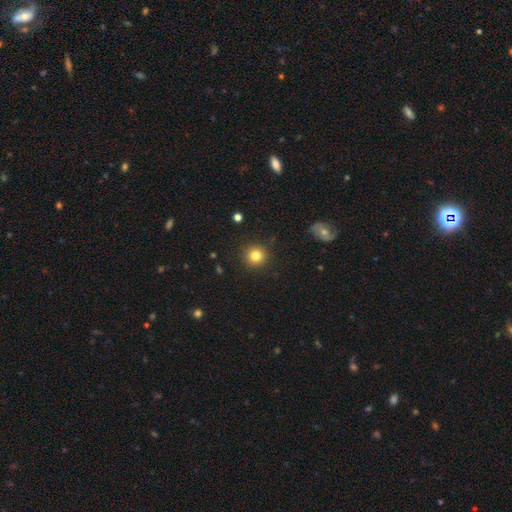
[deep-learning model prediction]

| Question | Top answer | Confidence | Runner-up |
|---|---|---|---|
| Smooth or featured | smooth | 81% | star or artifact (12%) |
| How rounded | round | 94% | in between (5%) |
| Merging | none | 90% | minor disturbance (7%) |